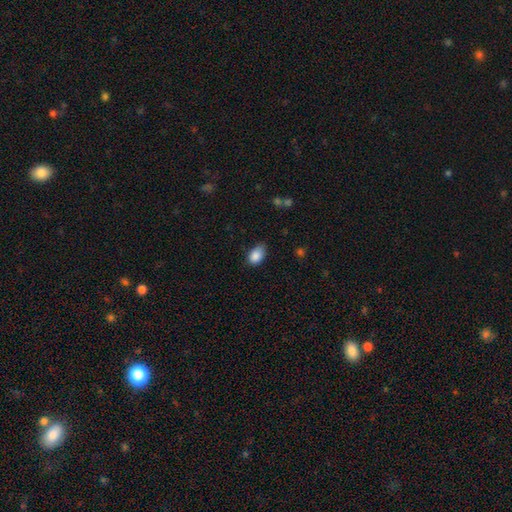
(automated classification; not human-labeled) The model was most divided on "merging": none: 65%, minor disturbance: 29%, major disturbance: 5%, merger: 1%. More confident: smooth or featured — smooth (87%); how rounded — in between (87%).